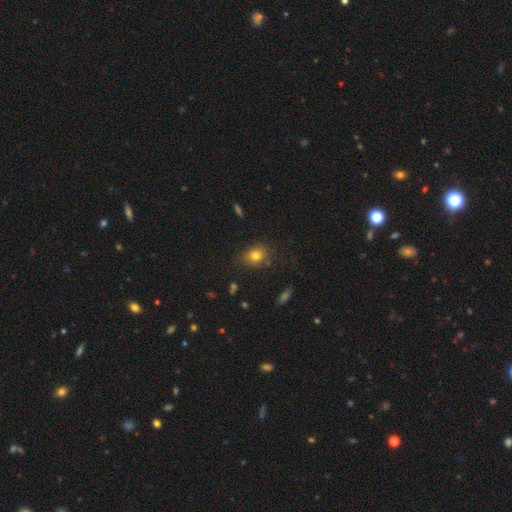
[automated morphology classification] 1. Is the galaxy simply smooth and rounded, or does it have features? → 79% smooth, 12% star or artifact, 10% featured or disk.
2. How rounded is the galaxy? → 53% round, 46% in between, 1% cigar-shaped.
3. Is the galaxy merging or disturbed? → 75% none, 18% minor disturbance, 5% major disturbance, 3% merger.